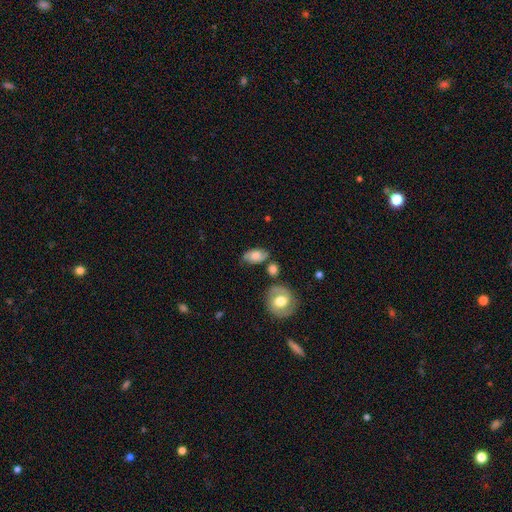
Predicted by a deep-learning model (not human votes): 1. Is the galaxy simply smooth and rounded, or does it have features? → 54% smooth, 38% featured or disk, 8% star or artifact.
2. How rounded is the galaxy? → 86% in between, 11% round, 3% cigar-shaped.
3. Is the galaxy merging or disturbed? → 65% none, 21% minor disturbance, 7% merger, 7% major disturbance.